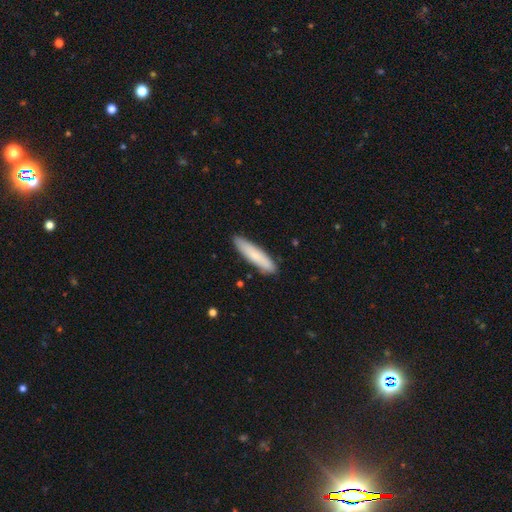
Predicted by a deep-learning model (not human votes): smooth_or_featured: smooth (p=0.77) [alt: featured or disk p=0.17]
how_rounded: cigar-shaped (p=0.84) [alt: in between p=0.15]
merging: none (p=0.88) [alt: minor disturbance p=0.09]